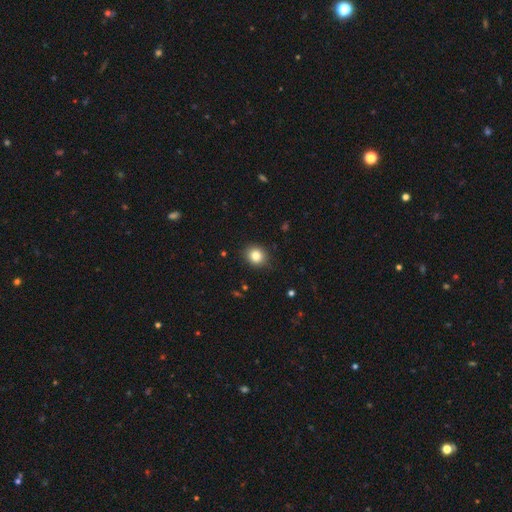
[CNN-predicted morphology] Overall: smooth (83%). How rounded: round (75%). Merging: none (88%).